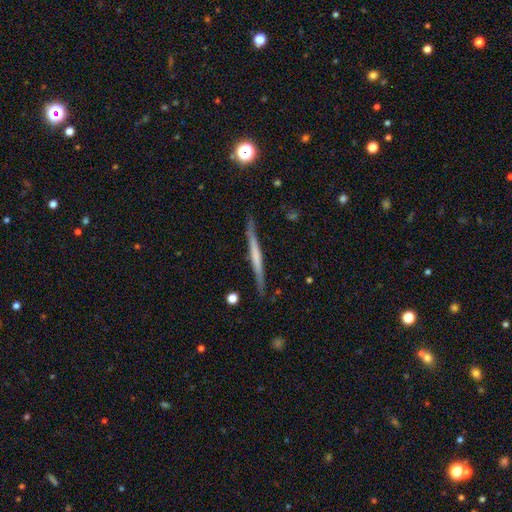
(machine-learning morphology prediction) Smooth or featured?
  - featured or disk: 57% *
  - smooth: 37%
  - star or artifact: 6%
Edge-on disk?
  - yes: 97% *
  - no: 3%
Edge-on bulge?
  - none: 69% *
  - rounded: 16%
  - boxy: 15%
Merging?
  - none: 87% *
  - minor disturbance: 9%
  - major disturbance: 2%
  - merger: 2%